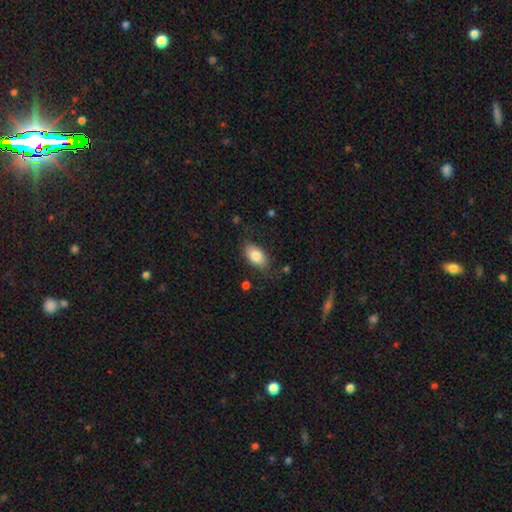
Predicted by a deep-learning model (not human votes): The model was most divided on "merging": none: 77%, minor disturbance: 17%, major disturbance: 5%, merger: 2%. More confident: how rounded — in between (92%); smooth or featured — smooth (83%).